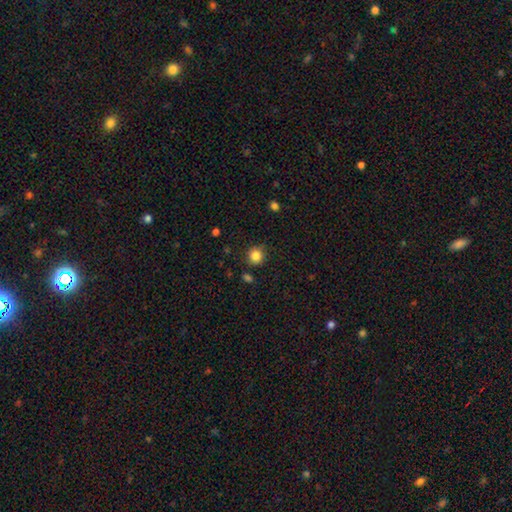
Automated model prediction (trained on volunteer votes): smooth-or-featured: smooth: 85% | star or artifact: 11% | featured or disk: 4%
  how-rounded: round: 92% | in between: 7% | cigar-shaped: 1%
  merging: none: 86% | minor disturbance: 9% | major disturbance: 3% | merger: 2%